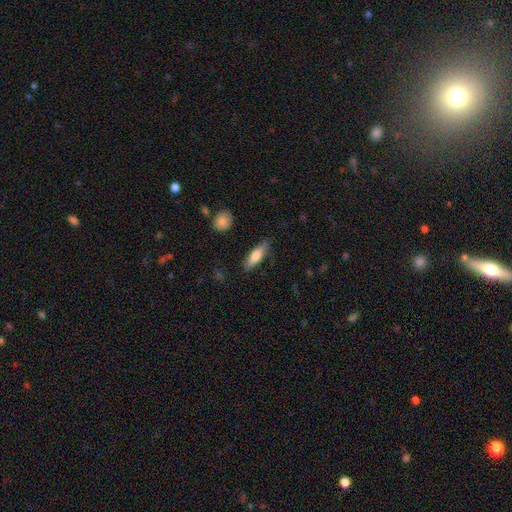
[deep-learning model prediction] This appears to be a smooth galaxy with no disk features (71%) that is cigar-shaped (54%). Merging: none (82%).